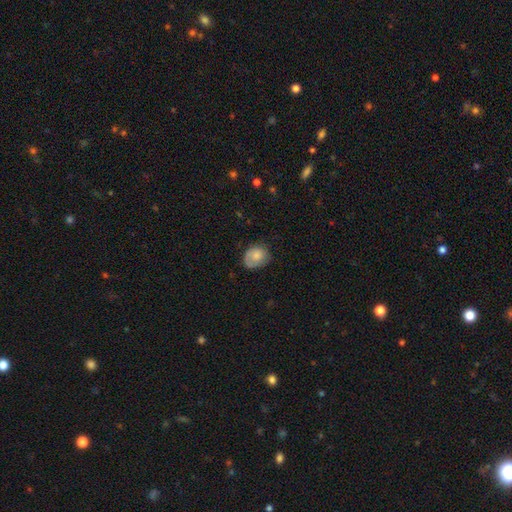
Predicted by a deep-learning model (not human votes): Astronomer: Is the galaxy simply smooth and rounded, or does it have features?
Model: smooth — 73%.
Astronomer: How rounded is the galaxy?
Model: round — 50% (runner-up: in between, 49%).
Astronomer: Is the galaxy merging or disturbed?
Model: none — 61%.